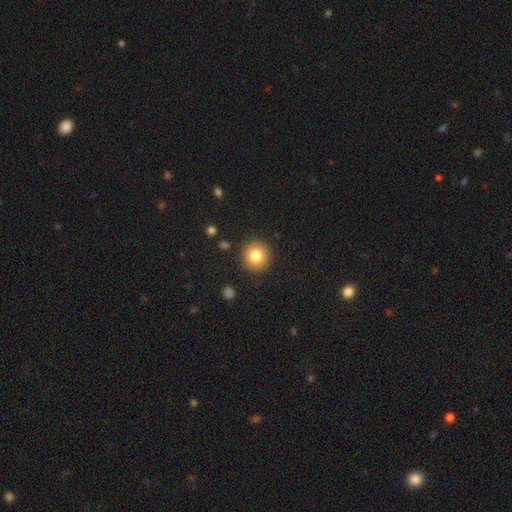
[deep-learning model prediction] A smooth galaxy with no disk features (80%) that is round (94%). Merging: none (90%).